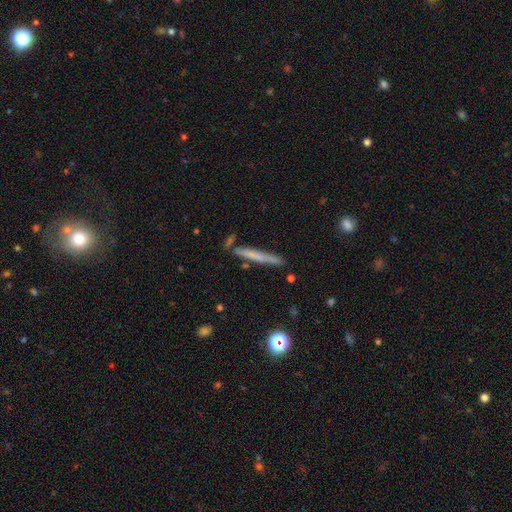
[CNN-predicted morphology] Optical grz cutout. It shows a smooth galaxy with no disk features (55%) that is cigar-shaped (96%). Merging: none (82%).